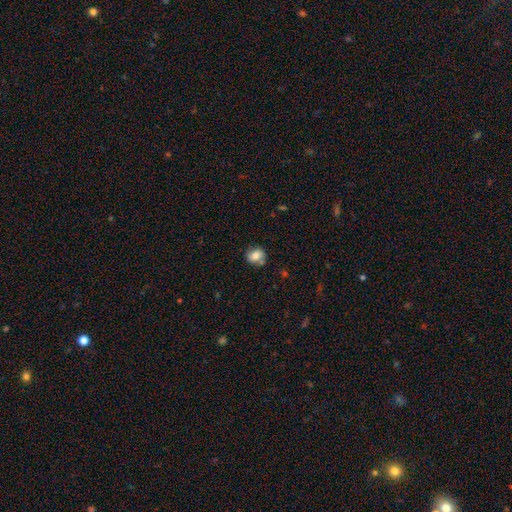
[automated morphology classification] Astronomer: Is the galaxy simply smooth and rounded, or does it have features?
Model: smooth — 73%.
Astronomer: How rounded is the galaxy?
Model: round — 67%.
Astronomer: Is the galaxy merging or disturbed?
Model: none — 69%.